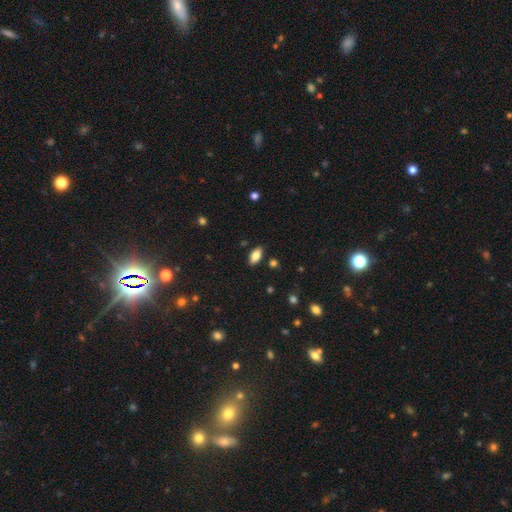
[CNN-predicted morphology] Smooth or featured?
  - smooth: 80% *
  - featured or disk: 12%
  - star or artifact: 8%
How rounded?
  - in between: 90% *
  - cigar-shaped: 7%
  - round: 3%
Merging?
  - none: 87% *
  - minor disturbance: 9%
  - major disturbance: 2%
  - merger: 2%